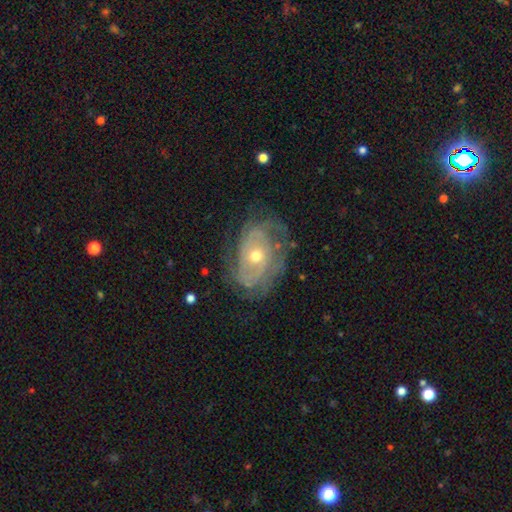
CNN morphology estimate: featured or disk 81%, smooth 12%, star or artifact 7%. Down the decision tree: edge-on disk — no (96%); bar — no (78%); spiral arms — yes (86%); spiral arm count — can't tell (40%); spiral winding — tight (63%); bulge size — moderate (58%); merging — none (66%).